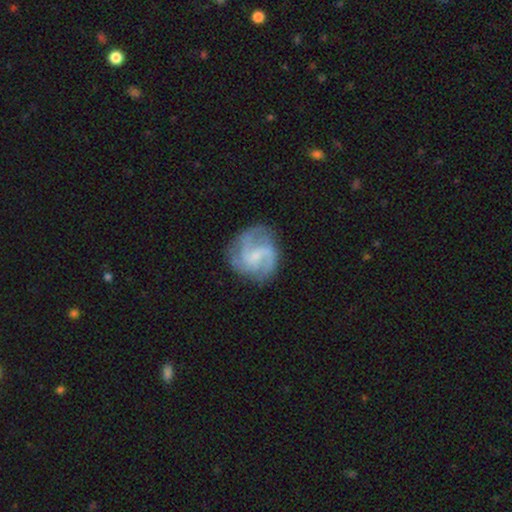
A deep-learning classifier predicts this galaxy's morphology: Smooth or featured? featured or disk (83%)
Edge-on disk? no (98%)
Bar? weak (52%)
Spiral arms? yes (96%)
Spiral winding? medium (53%)
Spiral arm count? 2 (40%)
Bulge size? small (63%)
Merging? none (74%)